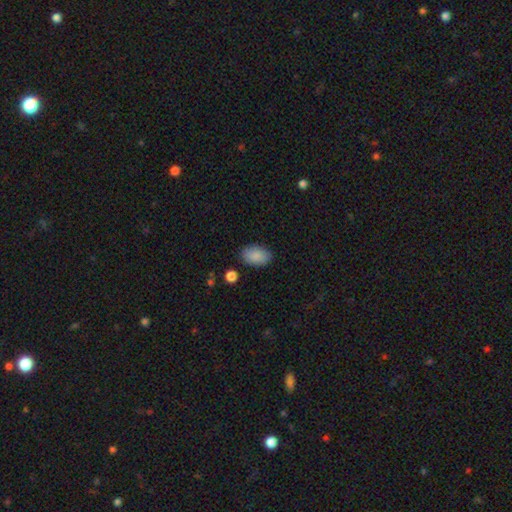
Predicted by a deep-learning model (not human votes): Smooth or featured?
  - smooth: 89% *
  - star or artifact: 7%
  - featured or disk: 4%
How rounded?
  - in between: 91% *
  - round: 7%
  - cigar-shaped: 1%
Merging?
  - none: 84% *
  - minor disturbance: 11%
  - major disturbance: 3%
  - merger: 2%